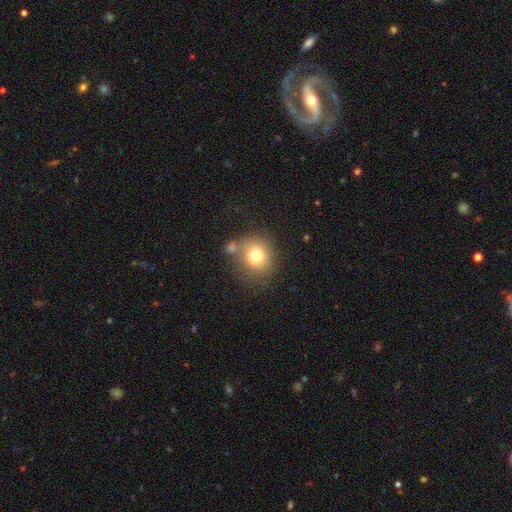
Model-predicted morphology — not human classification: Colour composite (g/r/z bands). It shows a smooth galaxy with no disk features (75%) that is round (80%). Merging: none (58%).